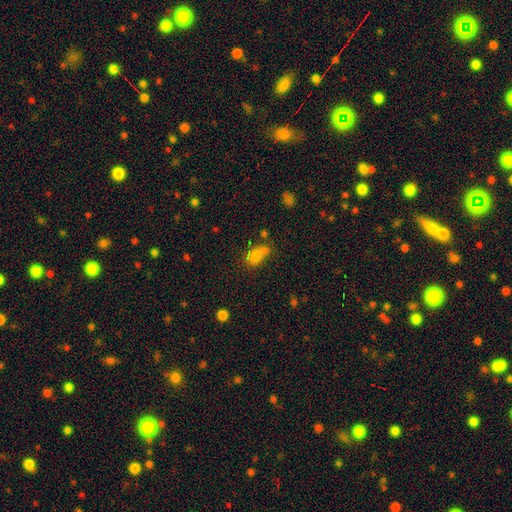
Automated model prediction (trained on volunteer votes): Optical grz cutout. It shows a smooth galaxy with no disk features (74%) that is in between round and cigar-shaped (73%). Merging: none (35%).